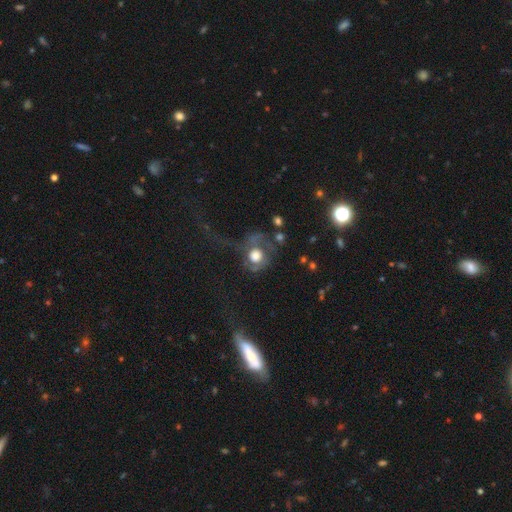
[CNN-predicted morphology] Q: Smooth or featured?
A: smooth (46%); runner-up: featured or disk (44%)
Q: Merging?
A: major disturbance (56%); runner-up: none (25%)